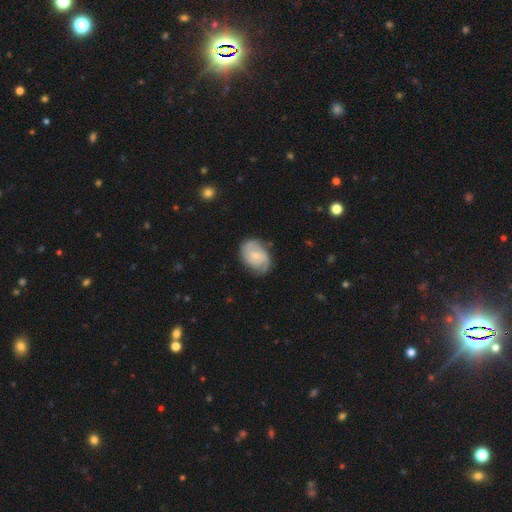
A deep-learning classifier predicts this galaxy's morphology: smooth-or-featured: featured or disk: 61% | smooth: 33% | star or artifact: 6%
  disk-edge-on: no: 97% | yes: 3%
    bar: no: 65% | weak: 30% | strong: 5%
    has-spiral-arms: yes: 85% | no: 15%
    bulge-size: small: 65% | moderate: 29% | none: 3% | large: 2% | dominant: 1%
  merging: none: 68% | minor disturbance: 23% | major disturbance: 7% | merger: 1%